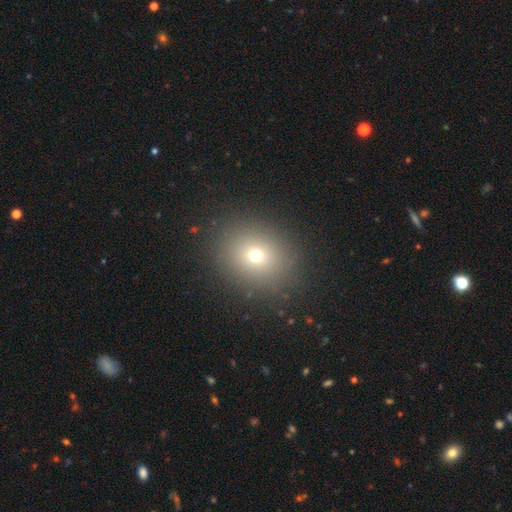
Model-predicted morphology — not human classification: smooth_or_featured: smooth (p=0.69) [alt: star or artifact p=0.19]
how_rounded: round (p=0.67) [alt: in between p=0.32]
merging: none (p=0.87) [alt: minor disturbance p=0.08]